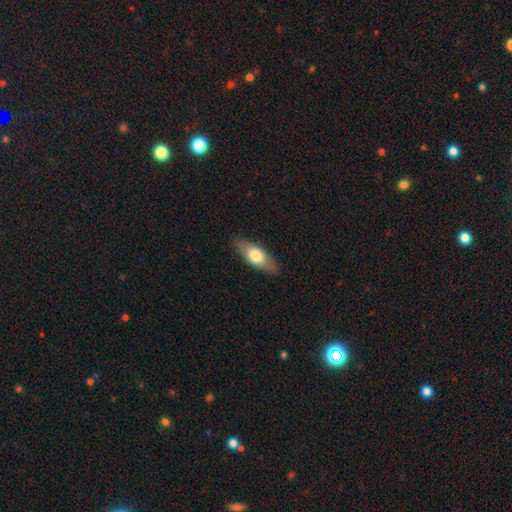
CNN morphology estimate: Smooth or featured? Predicted: smooth (p=0.64). How rounded? Predicted: in between (p=0.74). Merging? Predicted: none (p=0.85).